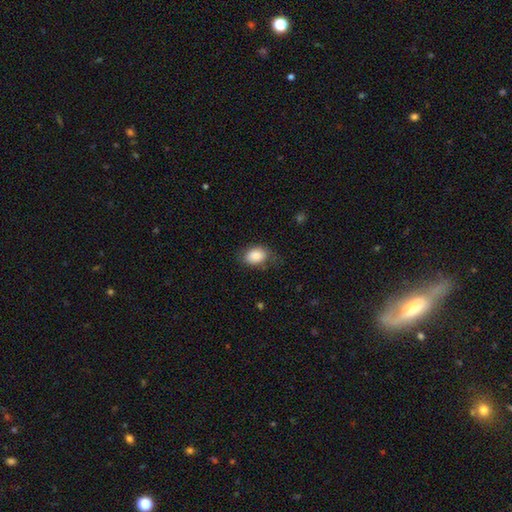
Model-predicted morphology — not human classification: A smooth galaxy with no disk features (84%) that is in between round and cigar-shaped (78%). Merging: none (64%).